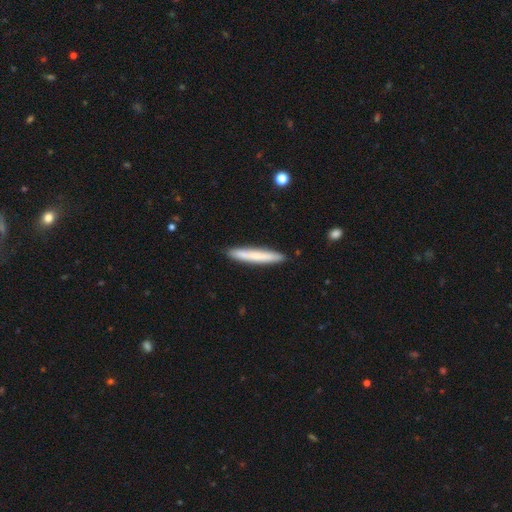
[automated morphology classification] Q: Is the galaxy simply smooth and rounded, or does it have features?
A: smooth — 72%.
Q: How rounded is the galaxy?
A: cigar-shaped — 95%.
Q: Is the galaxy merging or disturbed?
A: none — 89%.